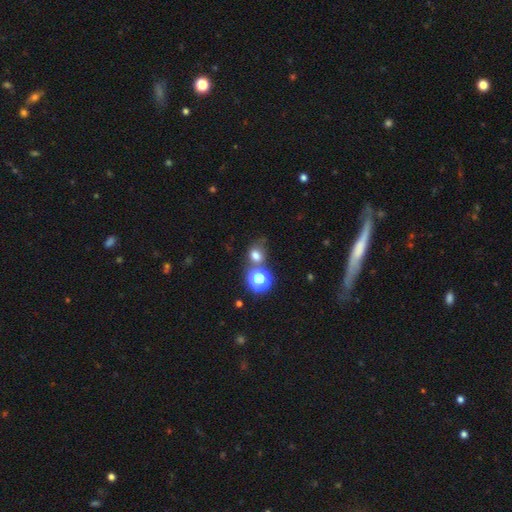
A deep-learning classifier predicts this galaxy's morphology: smooth 69%, star or artifact 21%, featured or disk 9%. Down the decision tree: how rounded — round (63%); merging — none (54%).